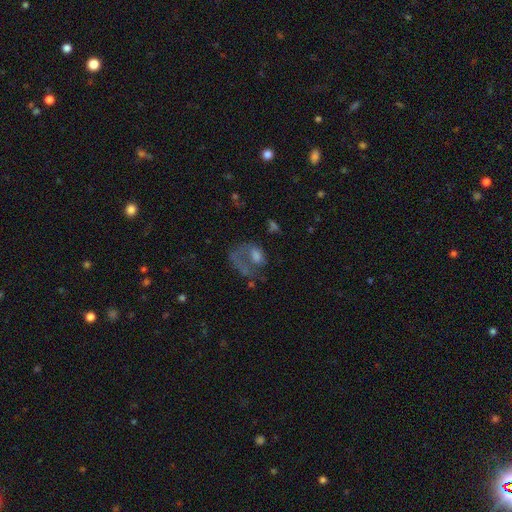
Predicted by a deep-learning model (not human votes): This appears to be a featured or disk galaxy (50%). Merging: major disturbance (53%).